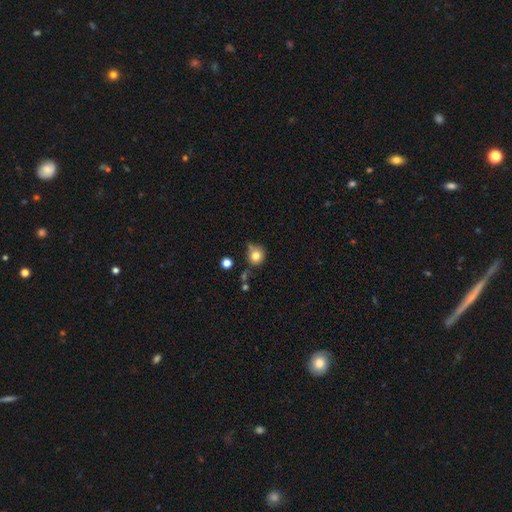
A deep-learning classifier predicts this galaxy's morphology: The model was most divided on "merging": none: 60%, minor disturbance: 23%, merger: 11%, major disturbance: 7%. More confident: how rounded — round (85%); smooth or featured — smooth (79%).